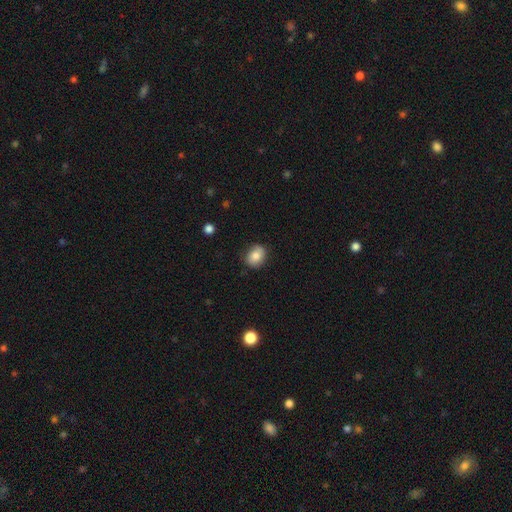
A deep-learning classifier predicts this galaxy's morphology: Smooth or featured? smooth (80%)
How rounded? round (55%)
Merging? none (80%)